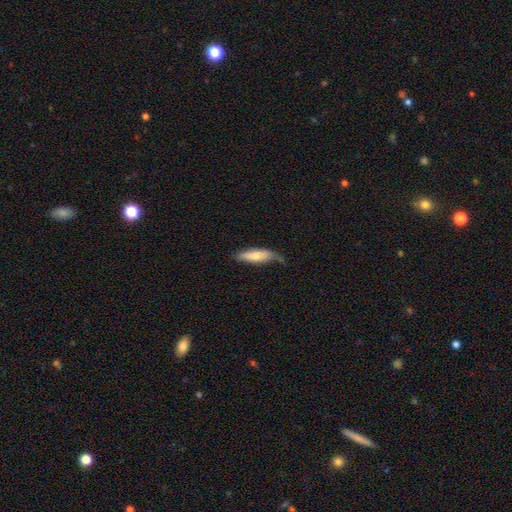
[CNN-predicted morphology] A smooth galaxy with no disk features (67%) that is cigar-shaped (50%).

Vote fractions:
- Smooth or featured? smooth: 67% / featured or disk: 27% / star or artifact: 6%
- How rounded? cigar-shaped: 50% / in between: 48% / round: 2%
- Merging? none: 42% / minor disturbance: 39% / major disturbance: 16% / merger: 3%